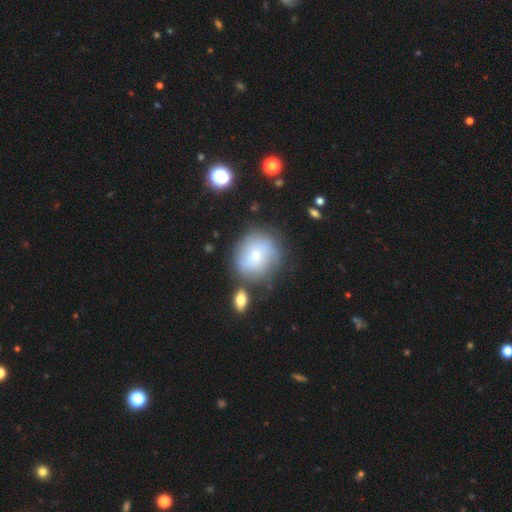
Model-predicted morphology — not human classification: smooth_or_featured: smooth (p=0.61) [alt: featured or disk p=0.29]
how_rounded: round (p=0.78) [alt: in between p=0.21]
merging: none (p=0.64) [alt: minor disturbance p=0.19]